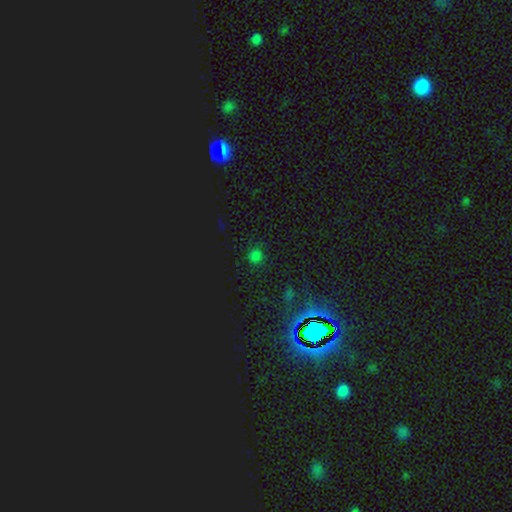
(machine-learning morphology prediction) A smooth galaxy with no disk features (57%) that is round (87%).

Vote fractions:
- Smooth or featured? smooth: 57% / star or artifact: 38% / featured or disk: 5%
- How rounded? round: 87% / in between: 11% / cigar-shaped: 1%
- Merging? none: 83% / minor disturbance: 11% / major disturbance: 4% / merger: 2%